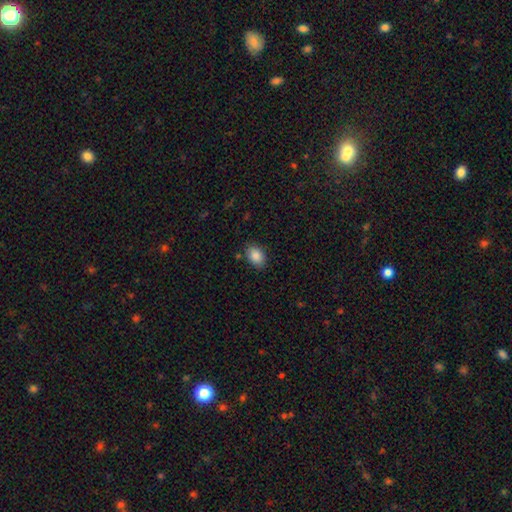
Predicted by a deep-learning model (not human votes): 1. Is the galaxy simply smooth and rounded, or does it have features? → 87% smooth, 8% star or artifact, 5% featured or disk.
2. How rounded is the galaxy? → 81% in between, 18% round, 1% cigar-shaped.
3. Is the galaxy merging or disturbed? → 84% none, 11% minor disturbance, 3% major disturbance, 2% merger.